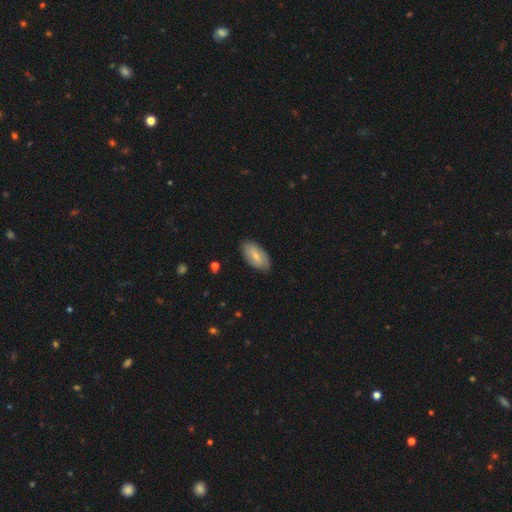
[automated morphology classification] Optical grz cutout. It shows a smooth galaxy with no disk features (70%) that is in between round and cigar-shaped (92%). Merging: none (83%).